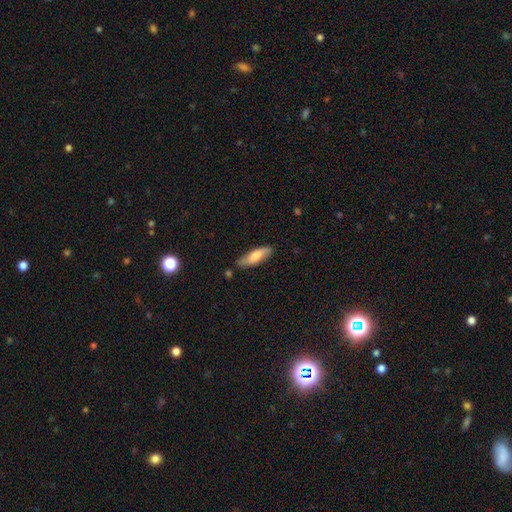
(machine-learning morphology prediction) A smooth galaxy with no disk features (68%) that is in between round and cigar-shaped (50%).

Vote fractions:
- Smooth or featured? smooth: 68% / featured or disk: 26% / star or artifact: 6%
- How rounded? in between: 50% / cigar-shaped: 48% / round: 2%
- Merging? none: 78% / minor disturbance: 16% / merger: 3% / major disturbance: 3%